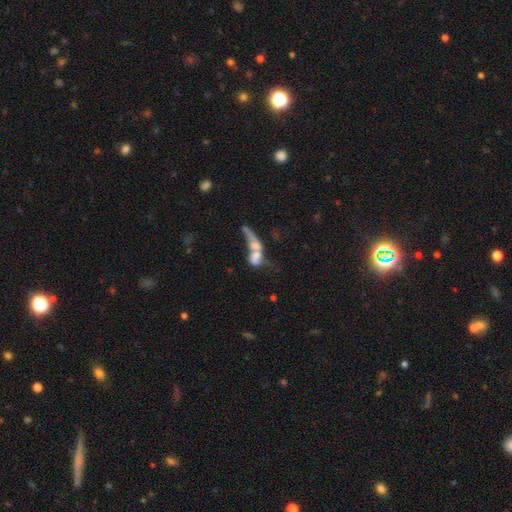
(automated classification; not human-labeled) smooth_or_featured: featured or disk (p=0.44) [tied with: smooth p=0.44]
merging: merger (p=0.65) [alt: major disturbance p=0.17]